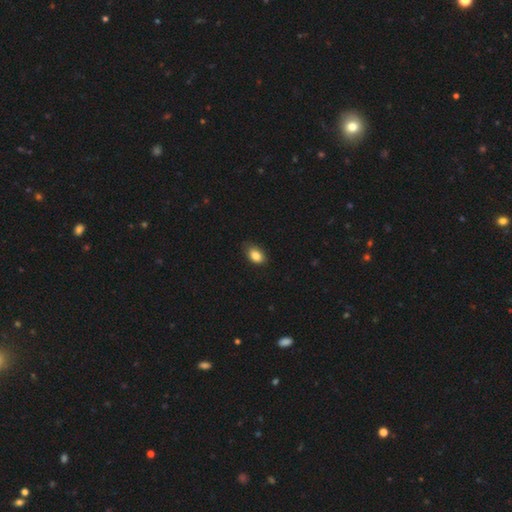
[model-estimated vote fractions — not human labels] A smooth galaxy with no disk features (86%) that is in between round and cigar-shaped (89%).

Vote fractions:
- Smooth or featured? smooth: 86% / star or artifact: 8% / featured or disk: 6%
- How rounded? in between: 89% / round: 10% / cigar-shaped: 2%
- Merging? none: 76% / minor disturbance: 20% / major disturbance: 3% / merger: 1%